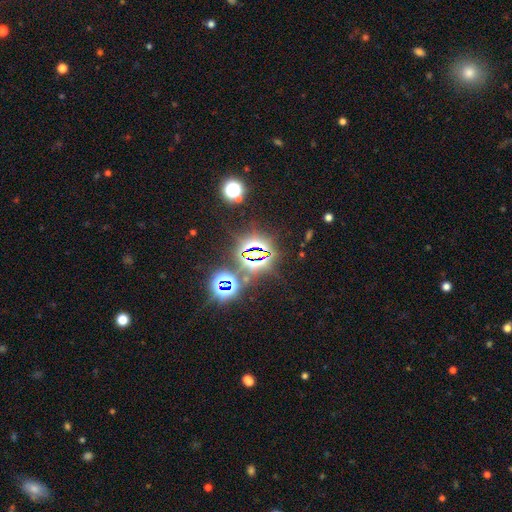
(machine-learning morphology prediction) smooth-or-featured: star or artifact: 81% | smooth: 11% | featured or disk: 8%